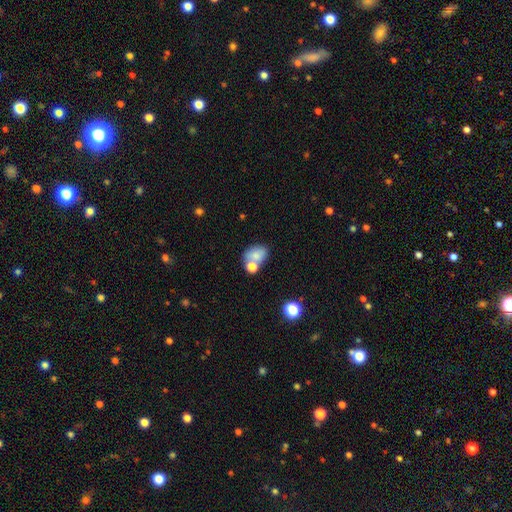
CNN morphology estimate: This appears to be a smooth galaxy with no disk features (76%) that is in between round and cigar-shaped (74%). Merging: none (42%).